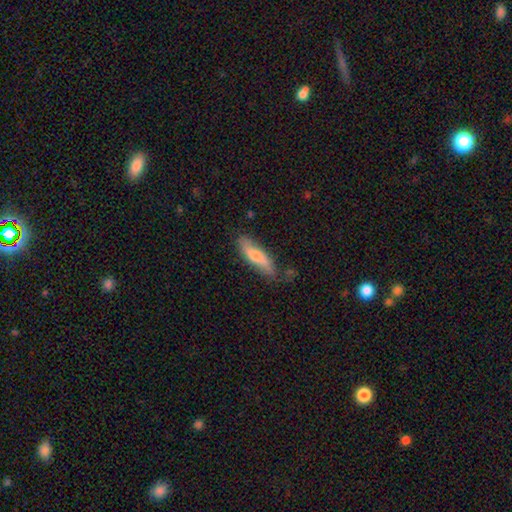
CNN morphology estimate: type=smooth (63%); roundness=cigar-shaped (67%); merging=none (73%).